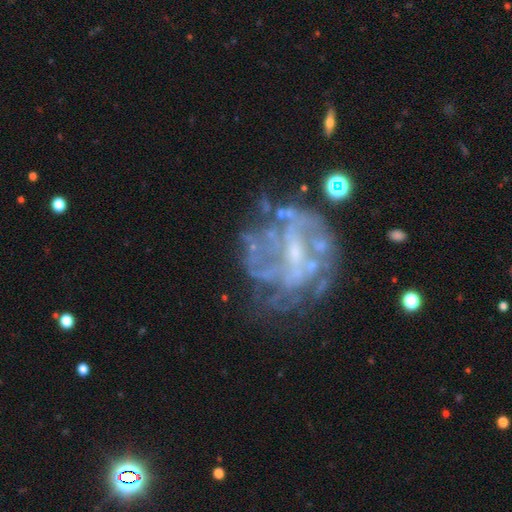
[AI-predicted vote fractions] Q: Smooth or featured?
A: featured or disk (78%); runner-up: star or artifact (11%)
Q: Edge-on disk?
A: no (98%); runner-up: yes (2%)
Q: Bar?
A: no (50%); runner-up: weak (38%)
Q: Spiral arms?
A: no (53%); runner-up: yes (47%)
Q: Bulge size?
A: small (45%); runner-up: none (29%)
Q: Merging?
A: none (53%); runner-up: major disturbance (23%)